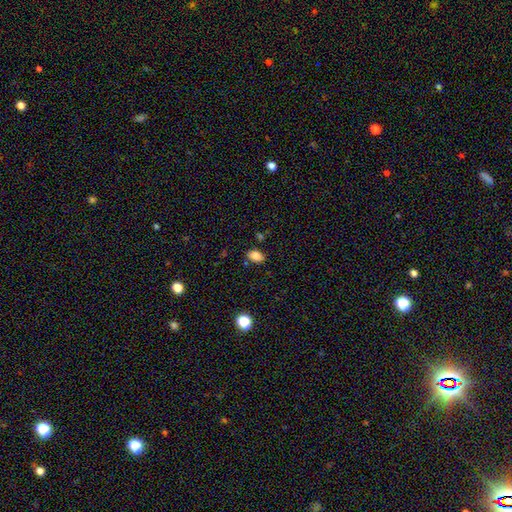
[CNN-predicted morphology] Smooth or featured?
  - smooth: 84% *
  - star or artifact: 10%
  - featured or disk: 6%
How rounded?
  - in between: 86% *
  - round: 12%
  - cigar-shaped: 2%
Merging?
  - none: 82% *
  - minor disturbance: 12%
  - merger: 4%
  - major disturbance: 3%